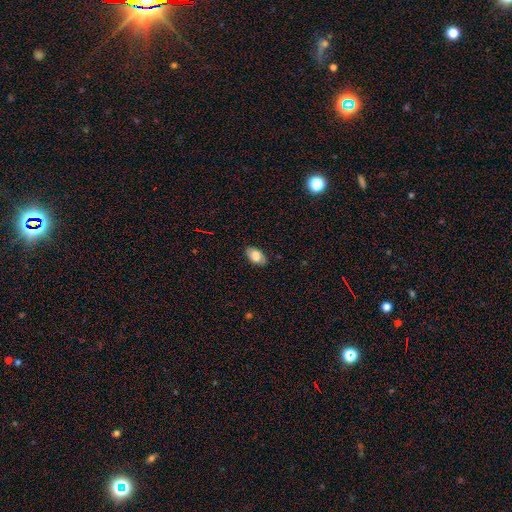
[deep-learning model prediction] This is likely a smooth galaxy (76%). How rounded: clearly in between (93%). Merging: clearly none (83%).